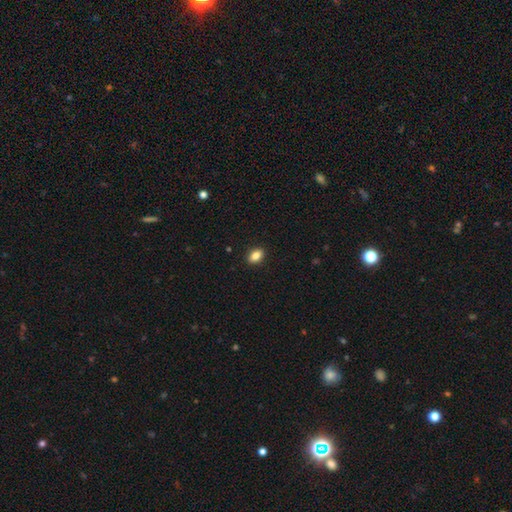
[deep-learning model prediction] Smooth or featured: smooth — 84% (star or artifact — 9%)
How rounded: in between — 82% (round — 16%)
Merging: none — 90% (minor disturbance — 7%)